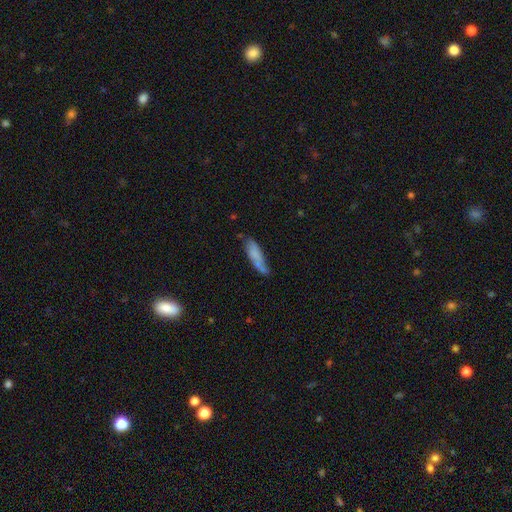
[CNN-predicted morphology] Smooth or featured? smooth (72%)
How rounded? cigar-shaped (67%)
Merging? none (53%)